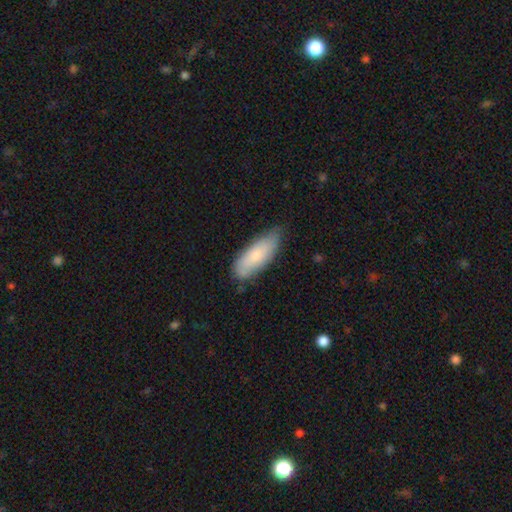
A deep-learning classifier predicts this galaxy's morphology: A smooth galaxy with no disk features (74%) that is in between round and cigar-shaped (75%). Merging: none (62%).